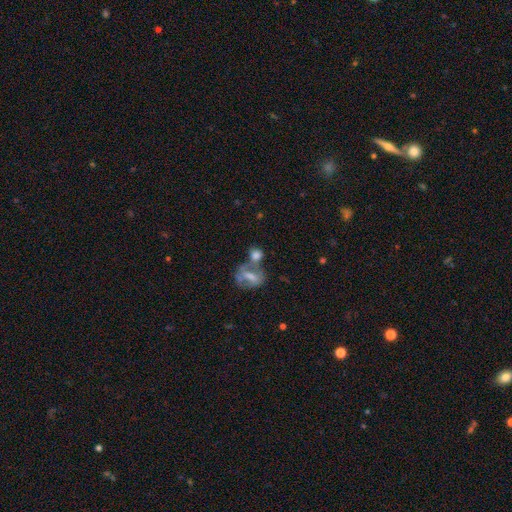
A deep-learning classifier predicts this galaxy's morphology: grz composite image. It shows a smooth galaxy with no disk features (66%) that is round (56%). Merging: merger (49%).